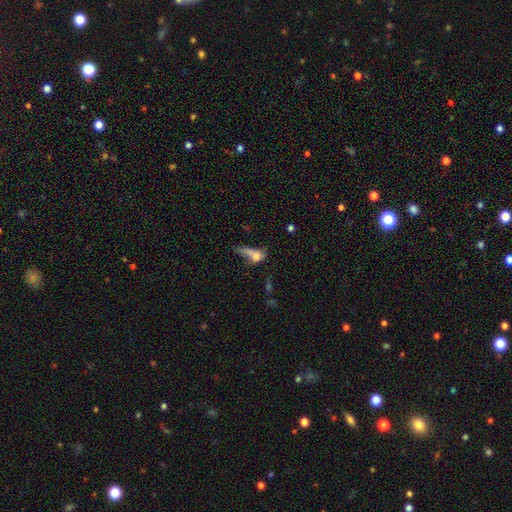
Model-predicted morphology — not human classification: Smooth or featured?
  - smooth: 60% *
  - featured or disk: 26%
  - star or artifact: 13%
How rounded?
  - in between: 52% *
  - round: 26%
  - cigar-shaped: 23%
Merging?
  - major disturbance: 35% *
  - merger: 30%
  - none: 21%
  - minor disturbance: 14%